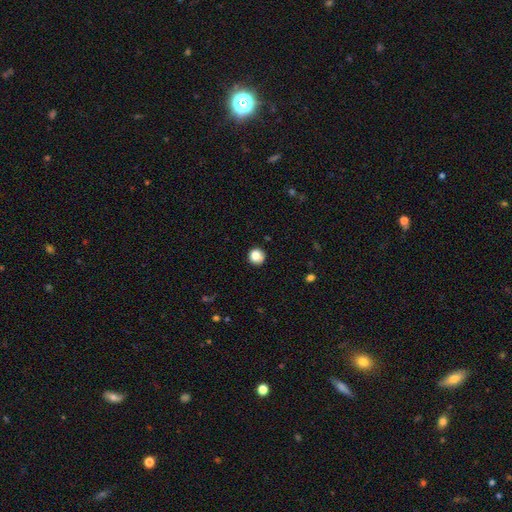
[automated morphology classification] Overall: smooth (84%). How rounded: round (94%). Merging: none (87%).